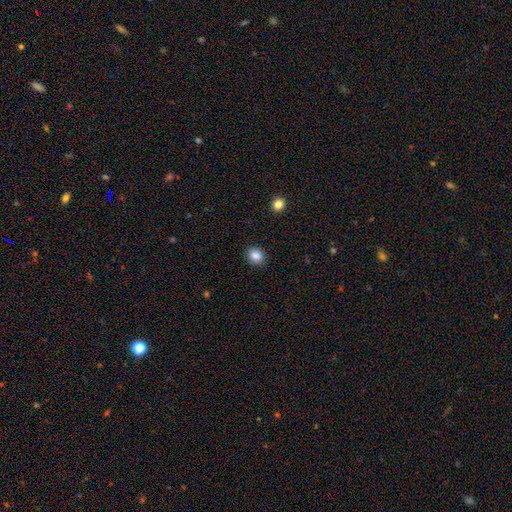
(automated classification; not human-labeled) A smooth galaxy with no disk features (86%) that is round (63%). Merging: none (90%).